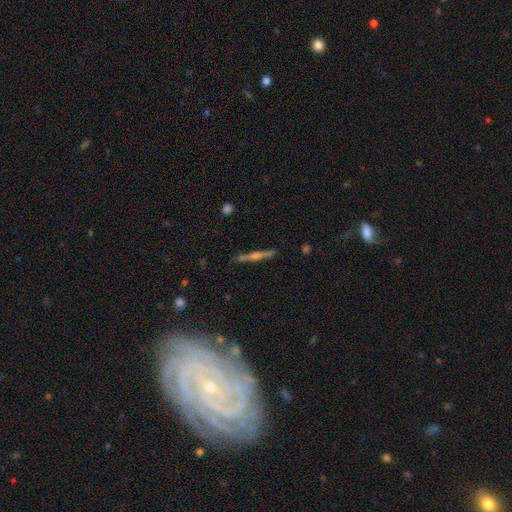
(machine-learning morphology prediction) The model was most divided on "edge-on disk": no: 70%, yes: 30%. More confident: merging — none (76%); smooth or featured — featured or disk (68%).